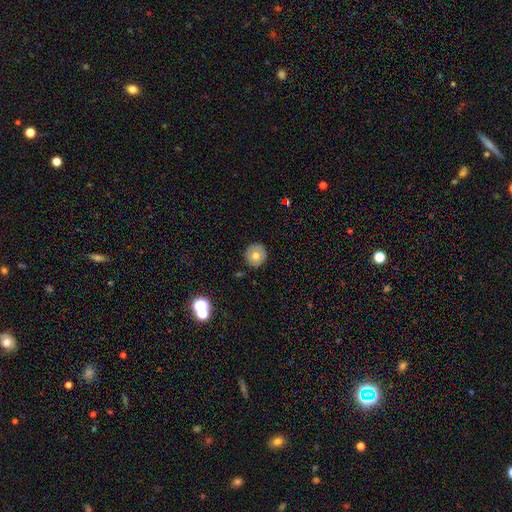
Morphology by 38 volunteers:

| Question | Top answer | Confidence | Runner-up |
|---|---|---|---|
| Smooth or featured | smooth | 71% | featured or disk (24%) |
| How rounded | round | 96% | in between (4%) |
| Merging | none | 83% | merger (14%) |